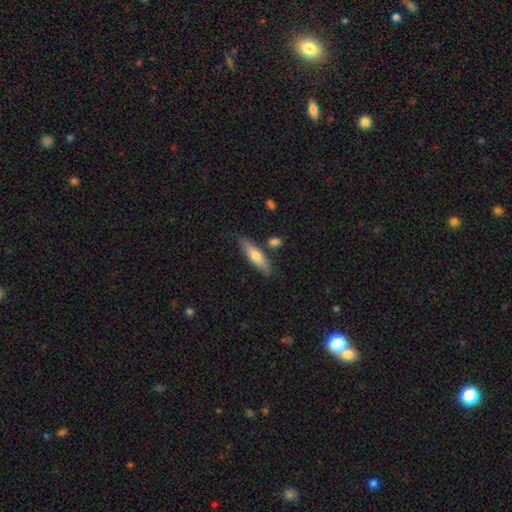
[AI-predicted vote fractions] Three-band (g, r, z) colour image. It shows a smooth galaxy with no disk features (66%) that is cigar-shaped (63%). Merging: none (78%).